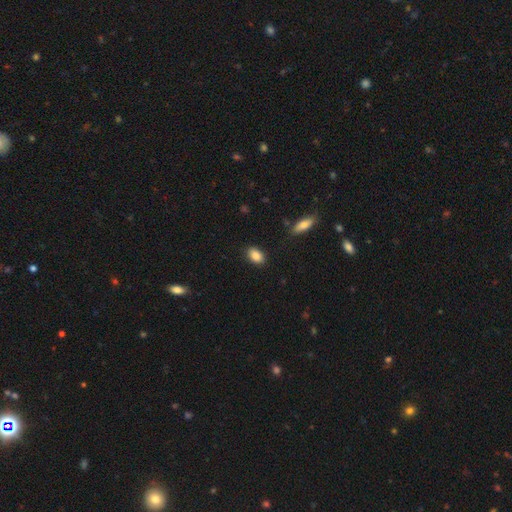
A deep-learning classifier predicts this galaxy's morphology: smooth-or-featured: smooth: 87% | star or artifact: 8% | featured or disk: 6%
  how-rounded: in between: 86% | round: 12% | cigar-shaped: 2%
  merging: none: 87% | minor disturbance: 9% | major disturbance: 2% | merger: 1%